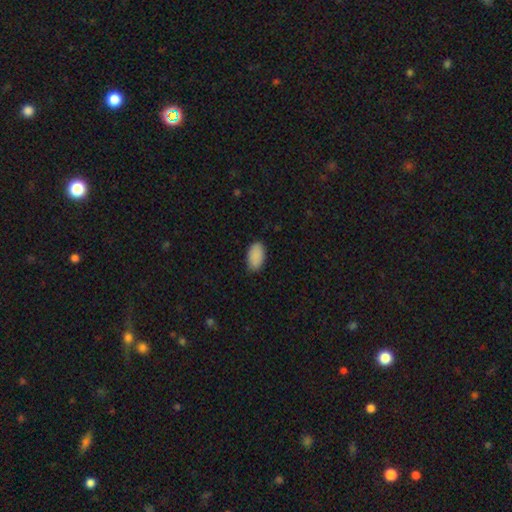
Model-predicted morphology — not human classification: Smooth or featured?
  - smooth: 90% *
  - star or artifact: 7%
  - featured or disk: 3%
How rounded?
  - in between: 95% *
  - round: 4%
  - cigar-shaped: 2%
Merging?
  - none: 85% *
  - minor disturbance: 12%
  - major disturbance: 2%
  - merger: 1%